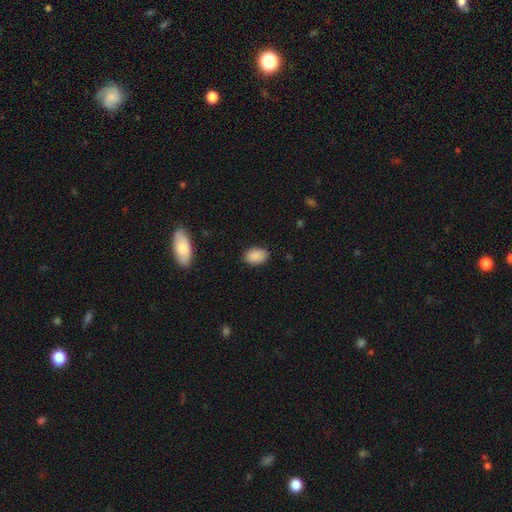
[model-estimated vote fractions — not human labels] Smooth or featured?
  - smooth: 89% *
  - star or artifact: 8%
  - featured or disk: 3%
How rounded?
  - in between: 82% *
  - round: 17%
  - cigar-shaped: 1%
Merging?
  - none: 86% *
  - minor disturbance: 11%
  - major disturbance: 2%
  - merger: 1%